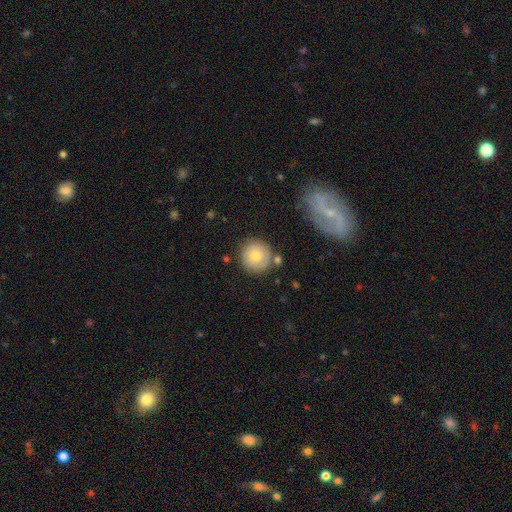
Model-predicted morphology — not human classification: smooth_or_featured: smooth (p=0.79) [alt: featured or disk p=0.13]
how_rounded: round (p=0.94) [alt: in between p=0.05]
merging: none (p=0.80) [alt: minor disturbance p=0.11]